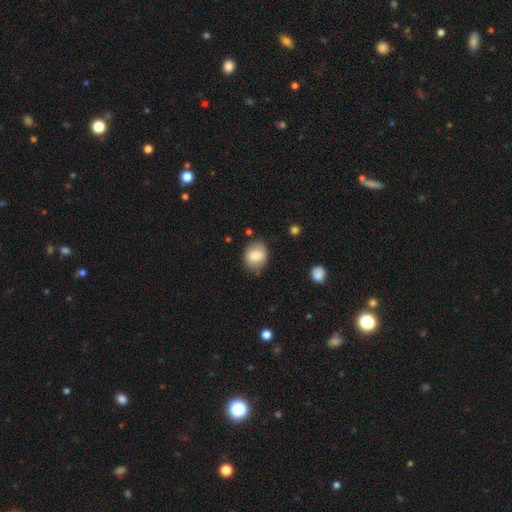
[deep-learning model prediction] smooth 79%, featured or disk 13%, star or artifact 8%. Down the decision tree: how rounded — round (53%); merging — none (74%).